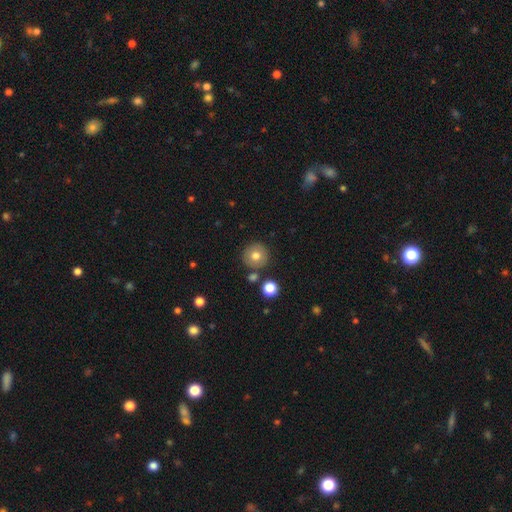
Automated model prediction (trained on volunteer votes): Smooth or featured? smooth (75%)
How rounded? round (95%)
Merging? none (85%)